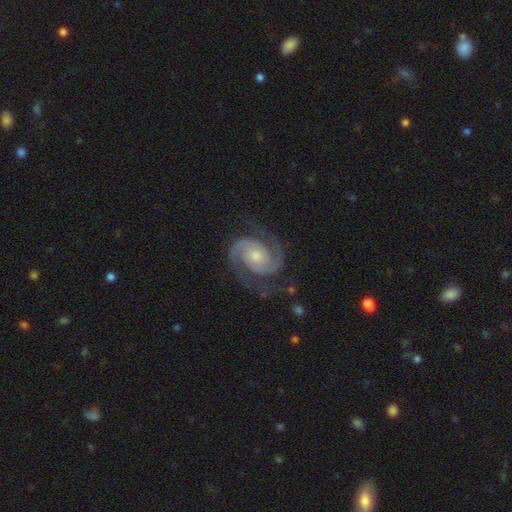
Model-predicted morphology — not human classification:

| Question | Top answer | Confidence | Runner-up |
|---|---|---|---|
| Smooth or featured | featured or disk | 93% | star or artifact (4%) |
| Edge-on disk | no | 98% | yes (2%) |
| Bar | no | 68% | weak (24%) |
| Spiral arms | yes | 99% | no (1%) |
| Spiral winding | tight | 48% | medium (45%) |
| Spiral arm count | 2 | 94% | 3 (2%) |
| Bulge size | moderate | 49% | small (40%) |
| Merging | none | 80% | minor disturbance (13%) |